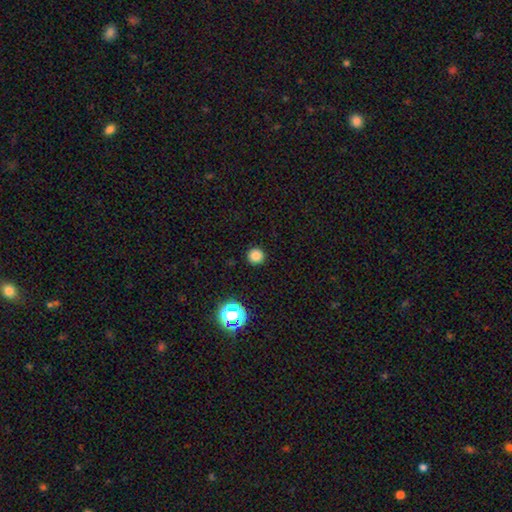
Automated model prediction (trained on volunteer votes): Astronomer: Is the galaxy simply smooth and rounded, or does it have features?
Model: smooth — 81%.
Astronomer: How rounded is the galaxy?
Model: round — 96%.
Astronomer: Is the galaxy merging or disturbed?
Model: none — 92%.